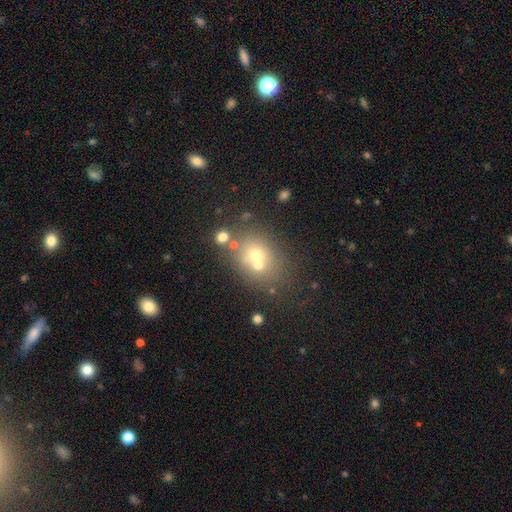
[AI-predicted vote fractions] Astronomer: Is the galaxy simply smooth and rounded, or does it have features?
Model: smooth — 57%.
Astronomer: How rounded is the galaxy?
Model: round — 60% (runner-up: in between, 39%).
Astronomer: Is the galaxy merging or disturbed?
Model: none — 46% (runner-up: merger, 39%).